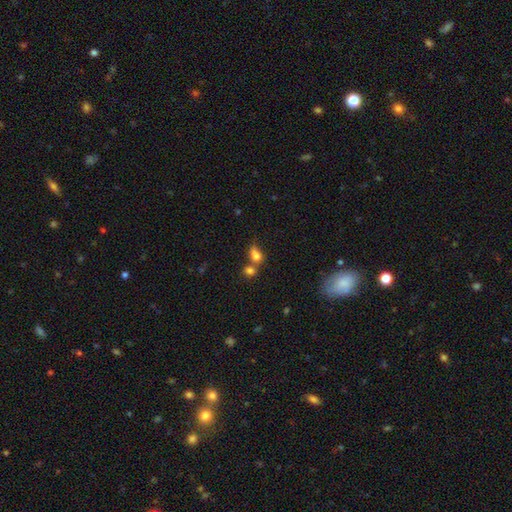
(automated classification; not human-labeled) smooth_or_featured: smooth (p=0.79) [alt: star or artifact p=0.12]
how_rounded: in between (p=0.72) [alt: round p=0.25]
merging: merger (p=0.48) [alt: none p=0.32]